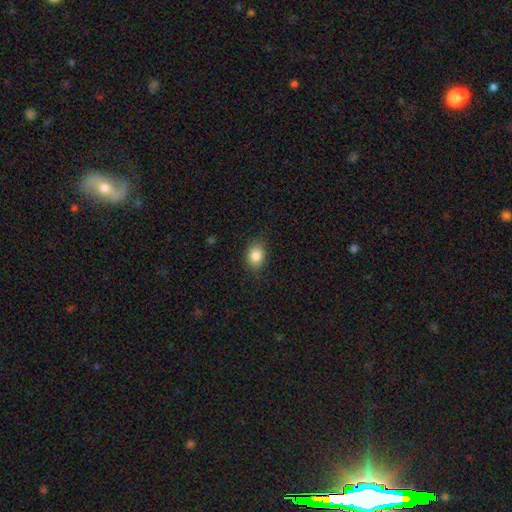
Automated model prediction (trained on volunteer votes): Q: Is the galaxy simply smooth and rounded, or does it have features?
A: smooth — 84%.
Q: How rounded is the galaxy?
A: in between — 60%.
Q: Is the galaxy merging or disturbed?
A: none — 84%.